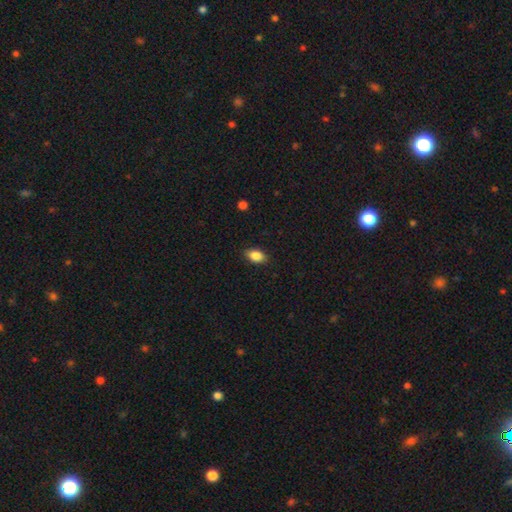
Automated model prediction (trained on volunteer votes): smooth_or_featured: smooth (p=0.86) [alt: star or artifact p=0.08]
how_rounded: in between (p=0.87) [alt: round p=0.11]
merging: none (p=0.86) [alt: minor disturbance p=0.11]